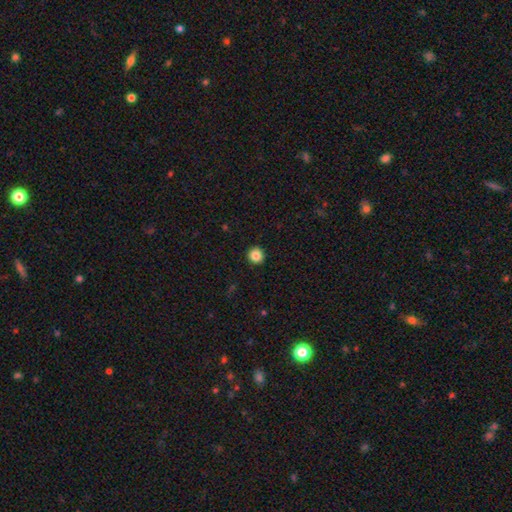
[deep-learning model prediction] This is clearly a smooth galaxy (85%). How rounded: clearly round (95%). Merging: clearly none (94%).